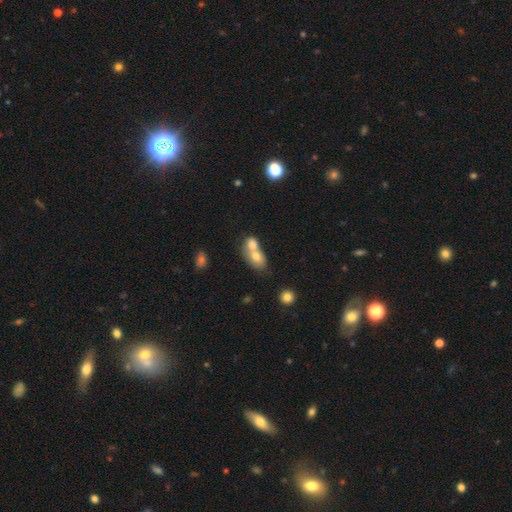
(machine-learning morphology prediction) This is likely a smooth galaxy (69%). How rounded: likely in between (72%). Merging: likely merger (71%).